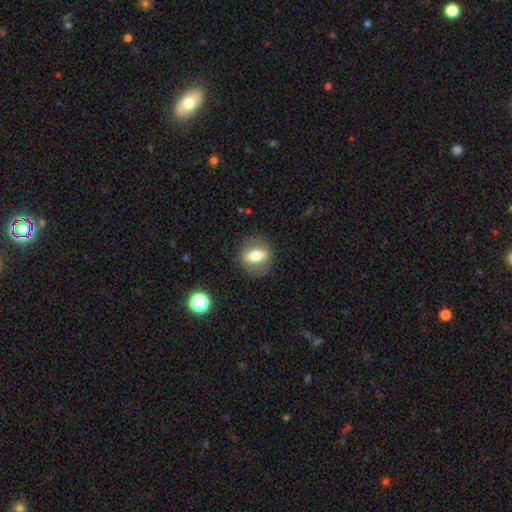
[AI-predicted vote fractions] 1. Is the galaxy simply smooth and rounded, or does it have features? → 57% smooth, 33% featured or disk, 9% star or artifact.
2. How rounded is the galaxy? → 55% in between, 38% round, 7% cigar-shaped.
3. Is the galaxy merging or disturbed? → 84% none, 11% minor disturbance, 4% major disturbance, 1% merger.